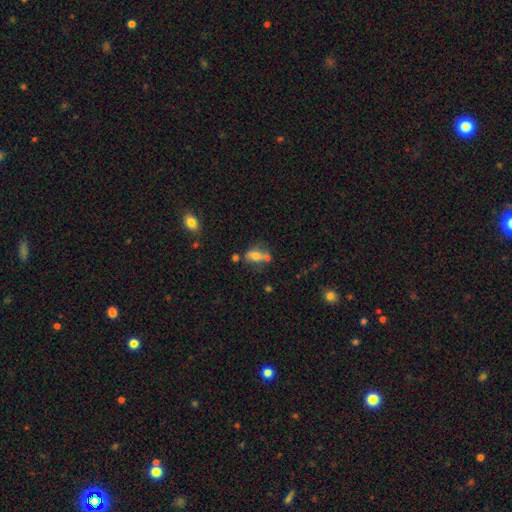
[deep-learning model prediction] This is likely a smooth galaxy (63%). How rounded: likely in between (74%). Merging: possibly none (52%).